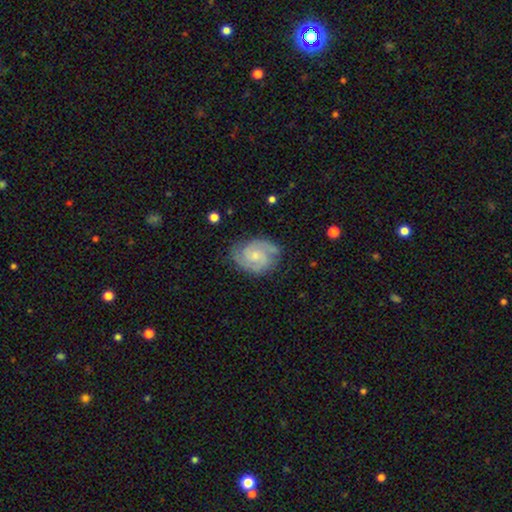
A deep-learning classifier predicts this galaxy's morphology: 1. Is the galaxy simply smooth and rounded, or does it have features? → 83% featured or disk, 12% smooth, 5% star or artifact.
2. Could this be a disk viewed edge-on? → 98% no, 2% yes.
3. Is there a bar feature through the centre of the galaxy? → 61% no, 34% weak, 5% strong.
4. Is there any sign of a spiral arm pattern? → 97% yes, 3% no.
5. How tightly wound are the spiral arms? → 47% tight, 44% medium, 8% loose.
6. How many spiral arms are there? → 71% 2, 14% 3, 8% can't tell, 2% 1, 2% 4, 2% more than 4.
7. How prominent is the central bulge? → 63% small, 27% moderate, 7% none, 1% large, 1% dominant.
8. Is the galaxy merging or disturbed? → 76% none, 17% minor disturbance, 5% major disturbance, 1% merger.